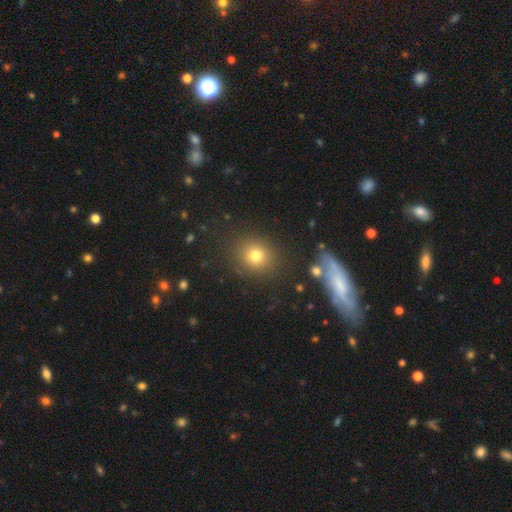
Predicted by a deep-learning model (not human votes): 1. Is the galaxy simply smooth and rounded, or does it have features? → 76% smooth, 16% star or artifact, 8% featured or disk.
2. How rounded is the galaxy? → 81% round, 18% in between, 1% cigar-shaped.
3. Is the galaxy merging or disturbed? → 85% none, 8% minor disturbance, 4% major disturbance, 3% merger.